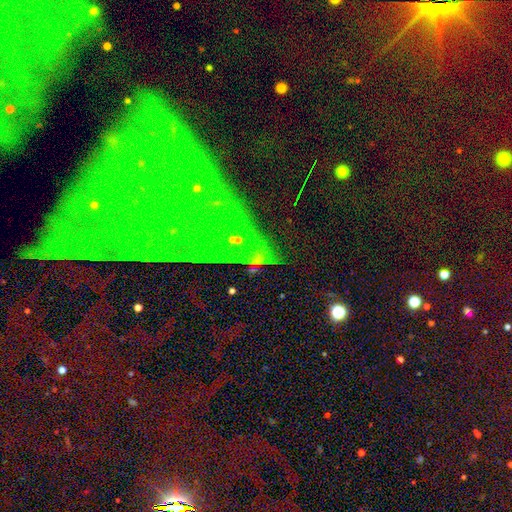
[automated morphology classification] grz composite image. It shows a star or artifact, not a galaxy (62%).